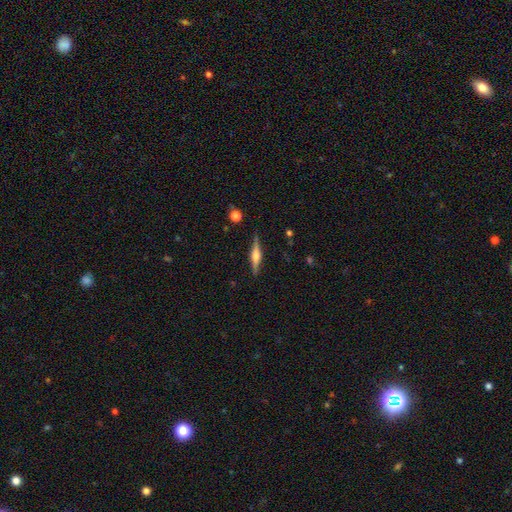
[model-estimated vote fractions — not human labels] A featured or disk galaxy (71%) viewed edge-on (98%) with a rounded central bulge (82%). Merging: none (89%).